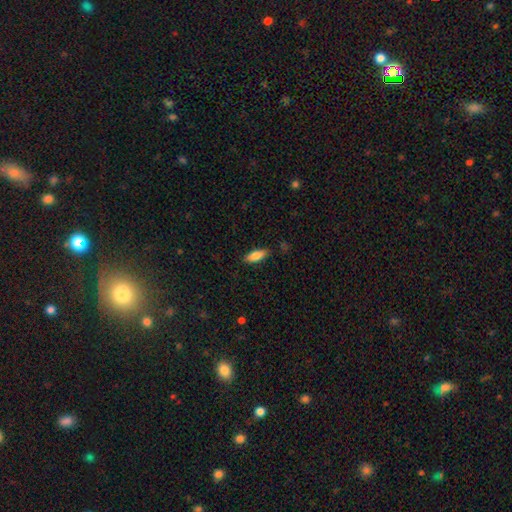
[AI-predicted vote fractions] smooth_or_featured: smooth (p=0.82) [alt: featured or disk p=0.12]
how_rounded: in between (p=0.71) [alt: cigar-shaped p=0.27]
merging: none (p=0.85) [alt: minor disturbance p=0.11]